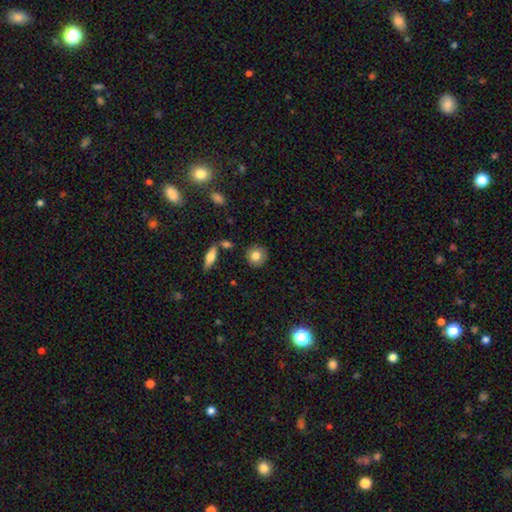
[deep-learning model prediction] Smooth or featured? smooth (80%)
How rounded? round (87%)
Merging? none (85%)